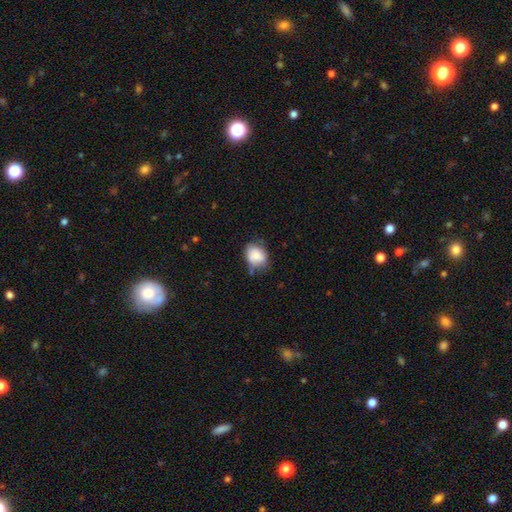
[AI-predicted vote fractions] smooth_or_featured: smooth (p=0.81) [alt: featured or disk p=0.11]
how_rounded: in between (p=0.60) [alt: round p=0.39]
merging: none (p=0.55) [alt: minor disturbance p=0.33]